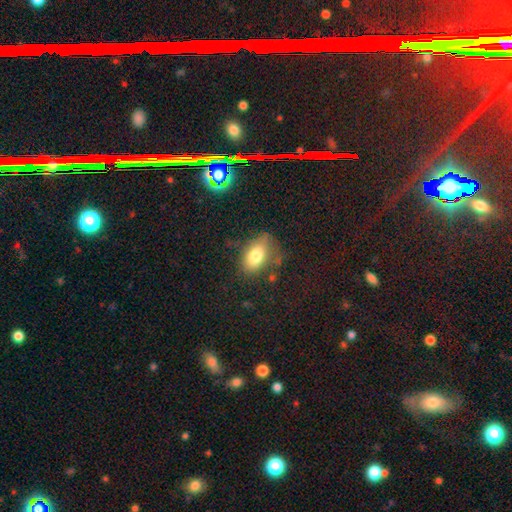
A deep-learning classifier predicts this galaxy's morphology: type=smooth (77%); roundness=in between (87%); merging=none (59%).